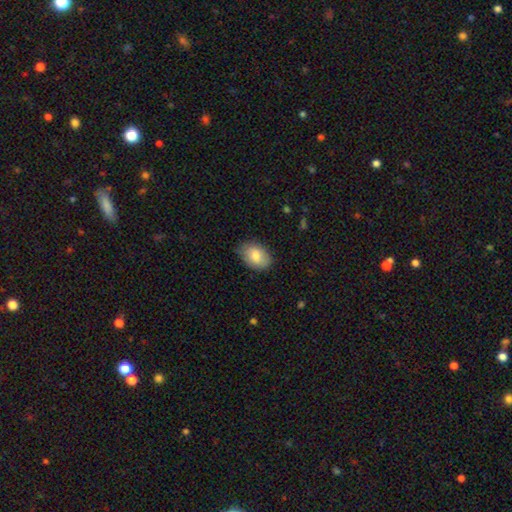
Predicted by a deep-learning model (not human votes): smooth 77%, featured or disk 16%, star or artifact 7%. Down the decision tree: how rounded — in between (81%); merging — none (76%).